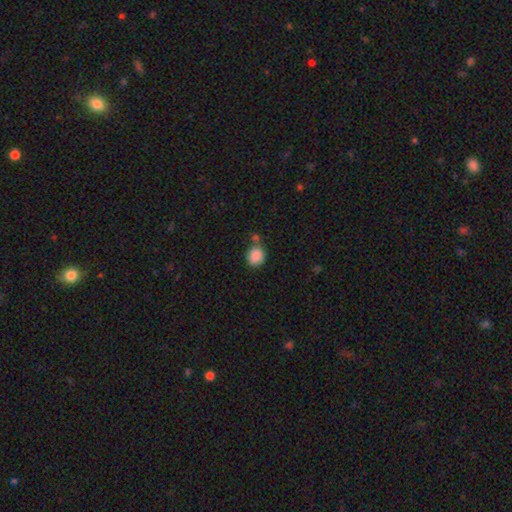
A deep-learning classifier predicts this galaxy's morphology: Overall: smooth (87%). How rounded: round (72%). Merging: none (63%).